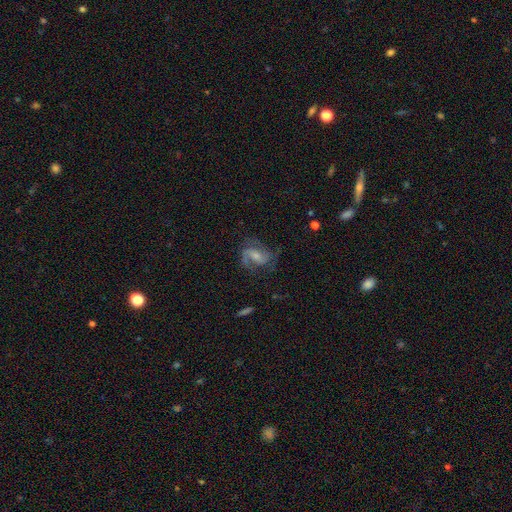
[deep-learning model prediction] Smooth or featured? featured or disk (81%)
Edge-on disk? no (97%)
Bar? weak (46%)
Spiral arms? yes (95%)
Spiral winding? medium (53%)
Spiral arm count? 2 (74%)
Bulge size? small (44%)
Merging? none (62%)